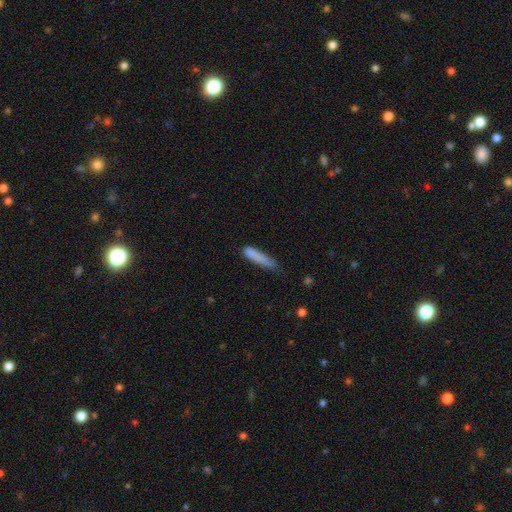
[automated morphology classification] type=smooth (83%); roundness=cigar-shaped (87%); merging=none (59%).